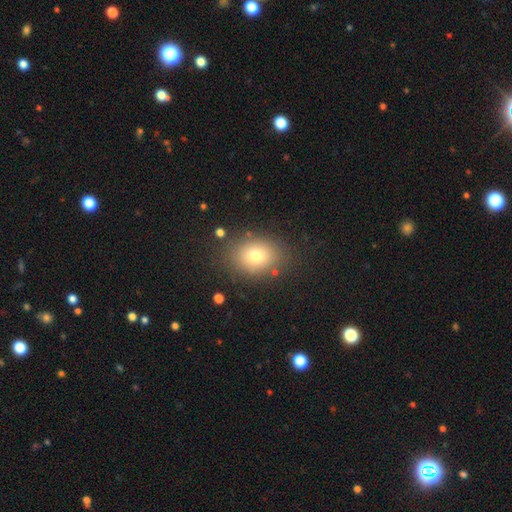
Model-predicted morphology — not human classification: smooth_or_featured: smooth (p=0.76) [alt: star or artifact p=0.13]
how_rounded: in between (p=0.56) [alt: round p=0.43]
merging: none (p=0.82) [alt: minor disturbance p=0.11]